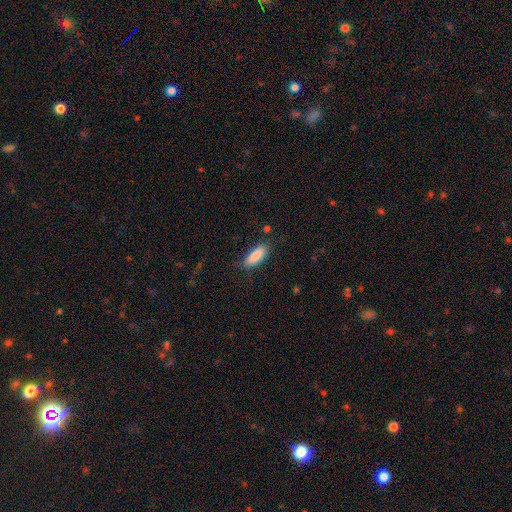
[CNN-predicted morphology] Smooth or featured: smooth — 87% (featured or disk — 7%)
How rounded: in between — 69% (cigar-shaped — 29%)
Merging: none — 79% (minor disturbance — 15%)